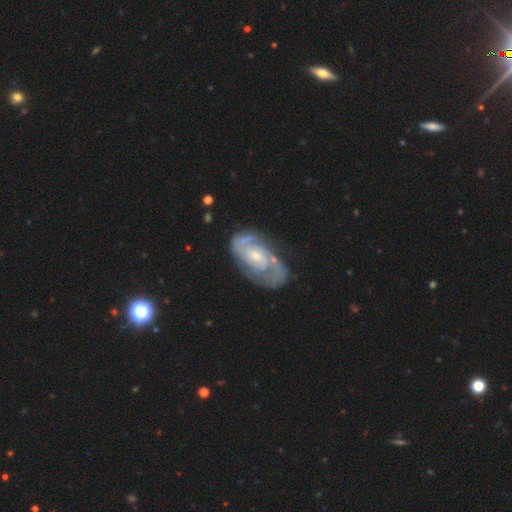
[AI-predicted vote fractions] This is clearly a featured or disk galaxy (87%). It is clearly not viewed edge-on (96%). Bar: likely no (60%). Spiral arm pattern: clearly yes (95%). Spiral arm count: likely 2 (70%). Spiral winding: possibly tight (52%). Central bulge: likely small (60%). Merging: likely none (72%).